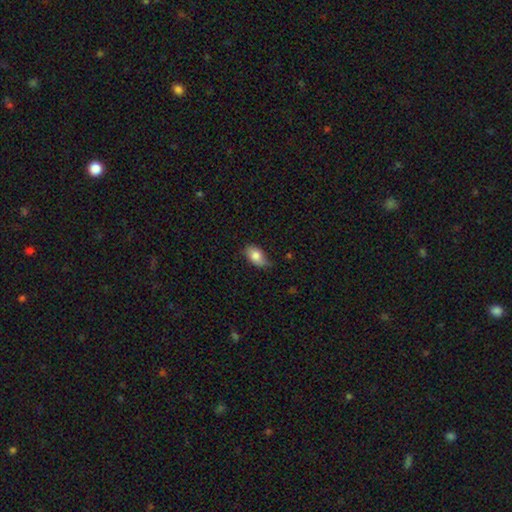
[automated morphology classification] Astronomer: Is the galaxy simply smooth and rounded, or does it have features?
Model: smooth — 80%.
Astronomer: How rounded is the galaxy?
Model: in between — 90%.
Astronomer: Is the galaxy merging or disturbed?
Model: none — 57% (runner-up: minor disturbance, 35%).